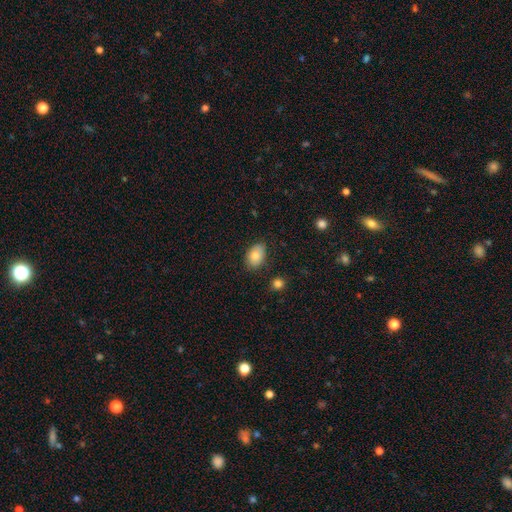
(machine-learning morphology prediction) This is clearly a smooth galaxy (81%). How rounded: clearly in between (86%). Merging: clearly none (80%).